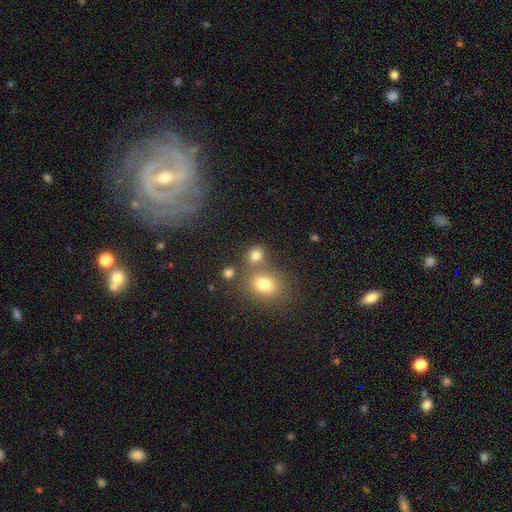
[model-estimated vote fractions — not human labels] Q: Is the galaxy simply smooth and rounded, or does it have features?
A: smooth — 77%.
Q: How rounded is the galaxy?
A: round — 66%.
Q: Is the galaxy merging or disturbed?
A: none — 58%.